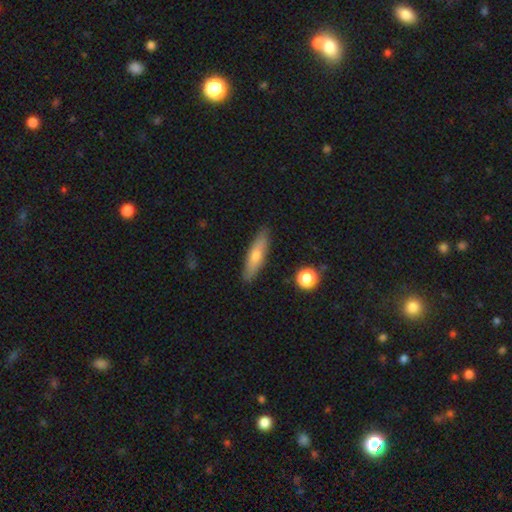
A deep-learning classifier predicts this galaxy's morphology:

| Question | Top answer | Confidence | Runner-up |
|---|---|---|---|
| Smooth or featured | smooth | 62% | featured or disk (31%) |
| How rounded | cigar-shaped | 72% | in between (26%) |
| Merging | none | 88% | minor disturbance (9%) |